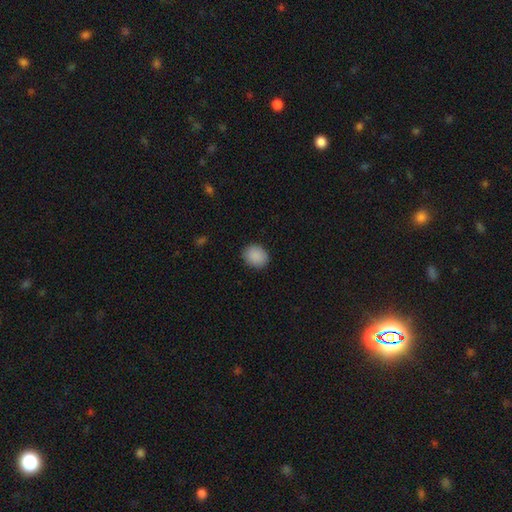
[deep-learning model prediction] Smooth or featured? smooth (90%)
How rounded? round (67%)
Merging? none (89%)